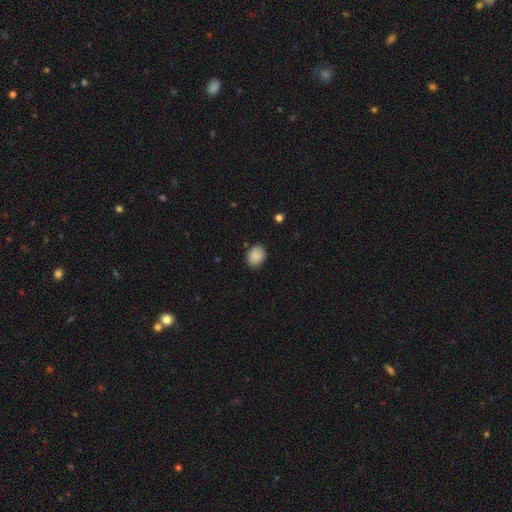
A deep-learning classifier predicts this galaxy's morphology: The model was most divided on "how rounded": in between: 50%, round: 49%, cigar-shaped: 1%. More confident: smooth or featured — smooth (88%); merging — none (84%).